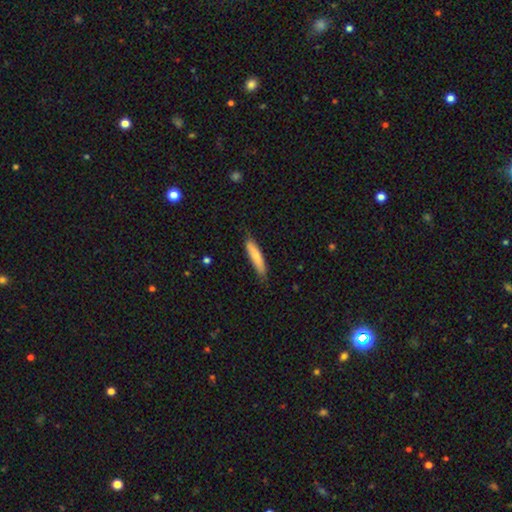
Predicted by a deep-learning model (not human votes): The model was most divided on "merging": none: 76%, minor disturbance: 20%, major disturbance: 3%, merger: 1%. More confident: how rounded — cigar-shaped (83%); smooth or featured — smooth (77%).